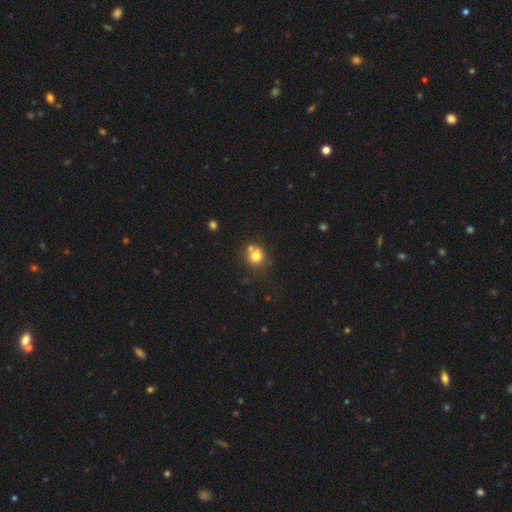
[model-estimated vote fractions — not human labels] A smooth galaxy with no disk features (76%) that is round (85%). Merging: none (60%).